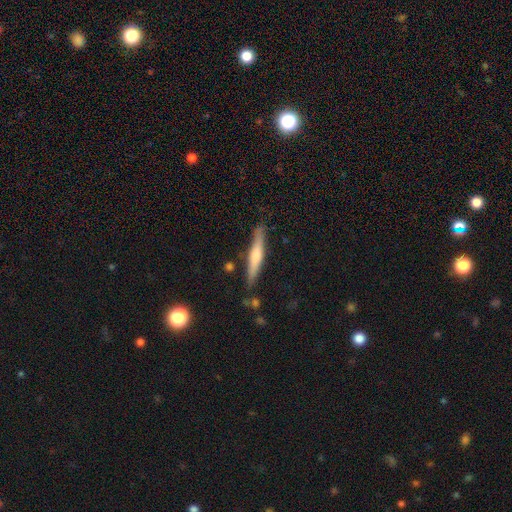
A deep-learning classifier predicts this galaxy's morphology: Smooth or featured? Predicted: featured or disk (p=0.54). Edge-on disk? Predicted: yes (p=0.96). Edge-on bulge? Predicted: rounded (p=0.67). Merging? Predicted: none (p=0.85).